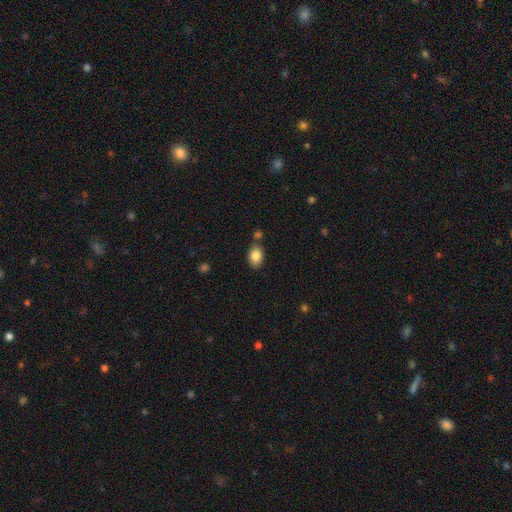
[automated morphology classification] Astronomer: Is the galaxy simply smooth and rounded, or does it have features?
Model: smooth — 85%.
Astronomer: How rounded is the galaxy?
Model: in between — 84%.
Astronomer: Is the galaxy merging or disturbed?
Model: none — 75%.